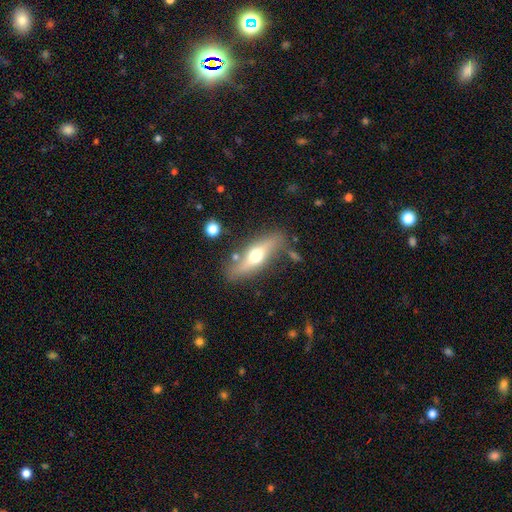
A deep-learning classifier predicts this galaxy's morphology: Smooth or featured? featured or disk (52%)
Edge-on disk? yes (76%)
Merging? none (76%)